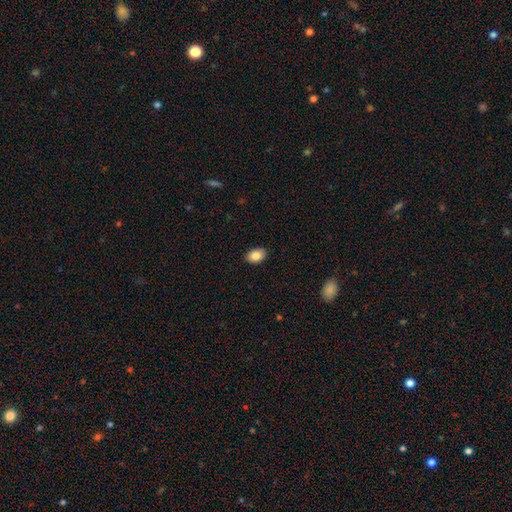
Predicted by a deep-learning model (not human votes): smooth_or_featured: smooth (p=0.86) [alt: star or artifact p=0.08]
how_rounded: in between (p=0.84) [alt: round p=0.15]
merging: none (p=0.88) [alt: minor disturbance p=0.09]